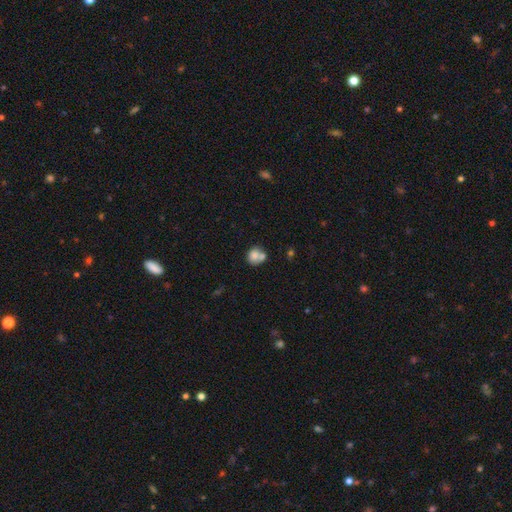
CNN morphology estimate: Smooth or featured: smooth — 75% (featured or disk — 16%)
How rounded: round — 71% (in between — 28%)
Merging: merger — 44% (none — 38%)